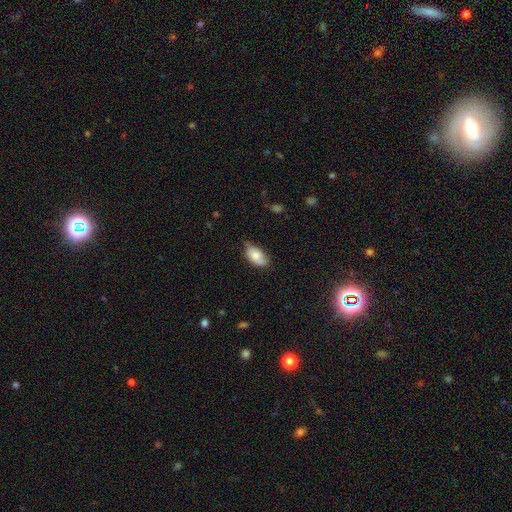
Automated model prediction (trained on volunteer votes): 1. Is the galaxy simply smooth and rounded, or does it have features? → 71% smooth, 22% featured or disk, 8% star or artifact.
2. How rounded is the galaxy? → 93% in between, 5% round, 3% cigar-shaped.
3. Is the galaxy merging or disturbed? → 55% none, 34% minor disturbance, 8% major disturbance, 3% merger.